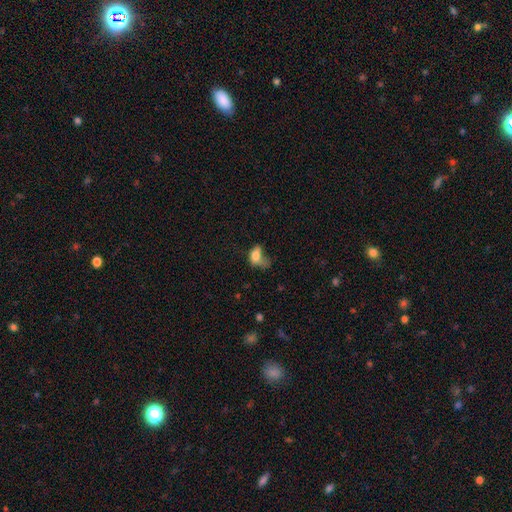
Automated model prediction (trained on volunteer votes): smooth 70%, featured or disk 19%, star or artifact 11%. Down the decision tree: how rounded — in between (81%); merging — major disturbance (50%).